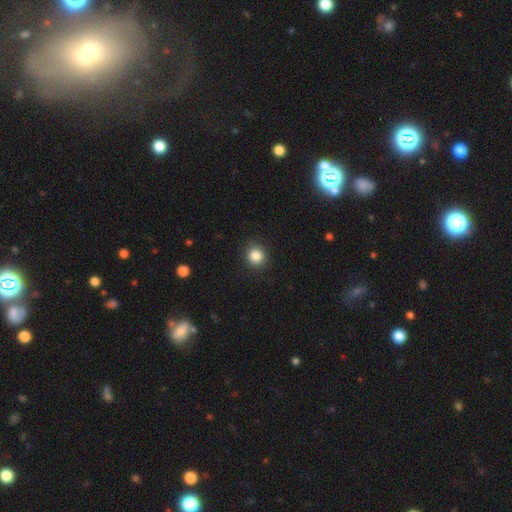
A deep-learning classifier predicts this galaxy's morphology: Smooth or featured? Predicted: smooth (p=0.85). How rounded? Predicted: round (p=0.89). Merging? Predicted: none (p=0.91).